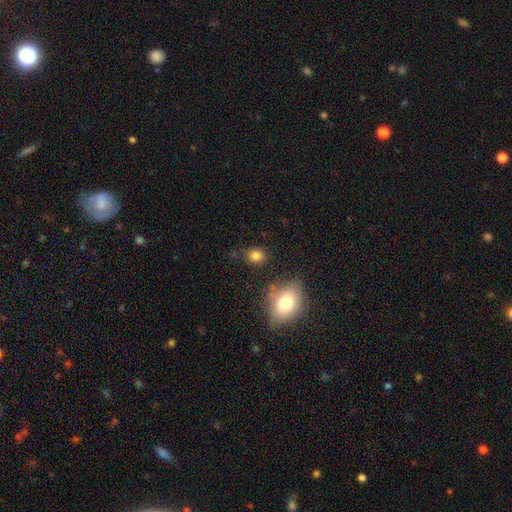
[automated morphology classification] This appears to be a smooth galaxy with no disk features (83%) that is round (58%). Merging: none (79%).